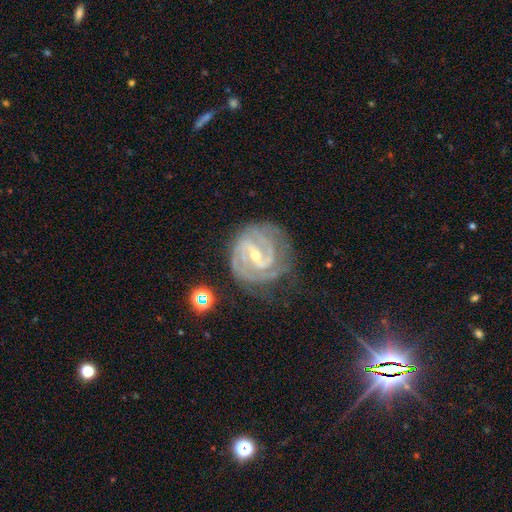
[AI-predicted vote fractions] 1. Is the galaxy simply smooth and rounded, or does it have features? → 91% featured or disk, 5% star or artifact, 4% smooth.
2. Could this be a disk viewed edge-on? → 97% no, 3% yes.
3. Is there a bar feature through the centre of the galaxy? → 44% weak, 42% strong, 15% no.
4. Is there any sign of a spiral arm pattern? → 98% yes, 2% no.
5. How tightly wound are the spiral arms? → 61% tight, 33% medium, 5% loose.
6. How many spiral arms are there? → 46% 2, 24% 3, 14% can't tell, 7% 4, 4% 1, 4% more than 4.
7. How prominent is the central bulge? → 63% small, 35% moderate, 1% large, 1% none, 1% dominant.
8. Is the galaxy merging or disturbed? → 68% none, 20% minor disturbance, 10% major disturbance, 2% merger.